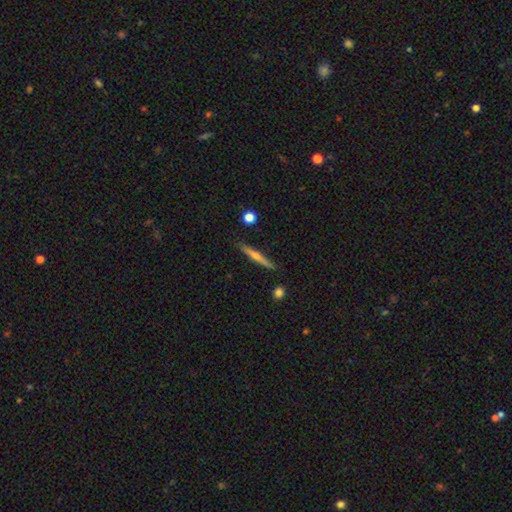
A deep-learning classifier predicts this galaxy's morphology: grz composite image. It shows a featured or disk galaxy (57%) viewed edge-on (97%) with a rounded central bulge (76%). Merging: none (88%).